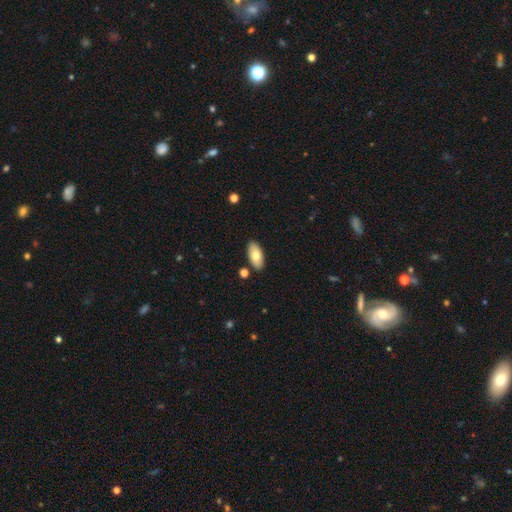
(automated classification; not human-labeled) smooth 72%, featured or disk 22%, star or artifact 6%. Down the decision tree: how rounded — in between (92%); merging — none (87%).